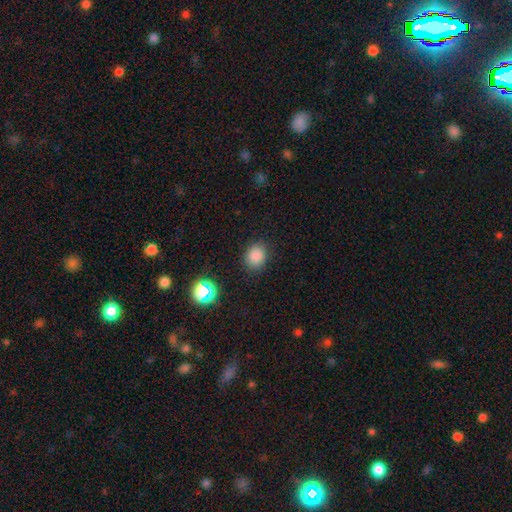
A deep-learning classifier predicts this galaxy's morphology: A smooth galaxy with no disk features (82%) that is round (60%).

Vote fractions:
- Smooth or featured? smooth: 82% / star or artifact: 14% / featured or disk: 4%
- How rounded? round: 60% / in between: 39% / cigar-shaped: 1%
- Merging? none: 85% / minor disturbance: 10% / major disturbance: 3% / merger: 2%